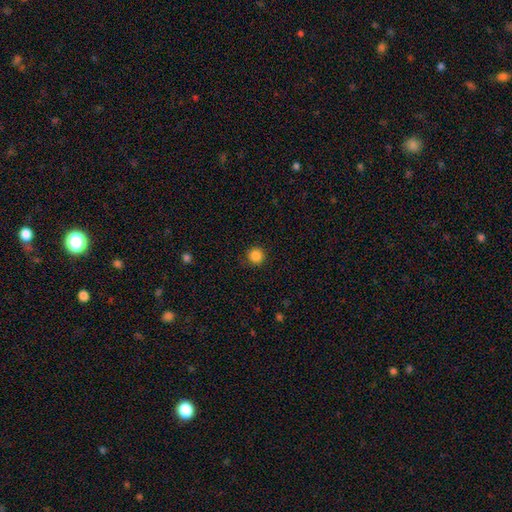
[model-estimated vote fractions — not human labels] Smooth or featured?
  - smooth: 86% *
  - star or artifact: 11%
  - featured or disk: 3%
How rounded?
  - round: 94% *
  - in between: 6%
  - cigar-shaped: 1%
Merging?
  - none: 88% *
  - minor disturbance: 8%
  - major disturbance: 3%
  - merger: 1%